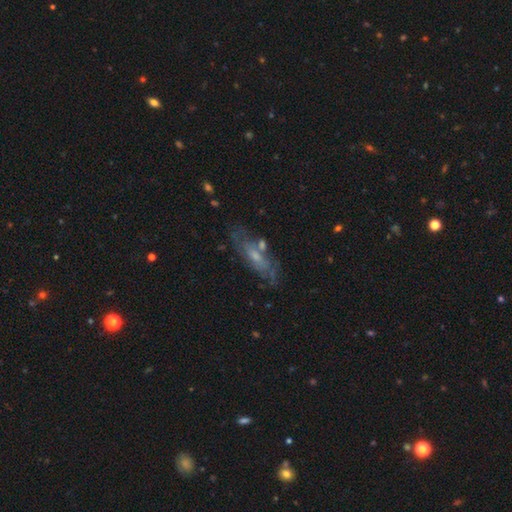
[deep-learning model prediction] featured or disk 61%, smooth 30%, star or artifact 10%. Down the decision tree: edge-on disk — no (71%); merging — none (64%).